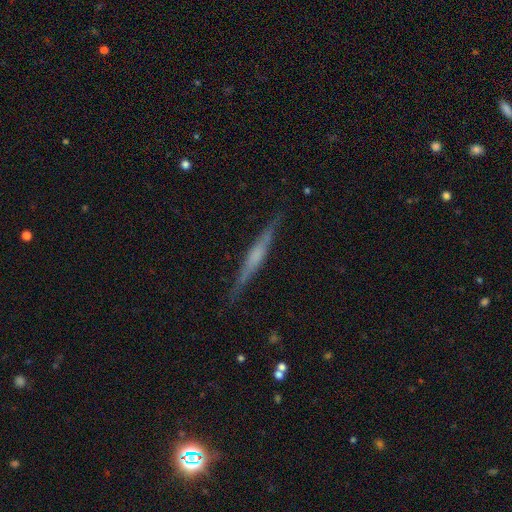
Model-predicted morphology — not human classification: type=featured or disk (68%); edge-on=yes (97%); edge-on bulge=rounded (39%); merging=none (86%).